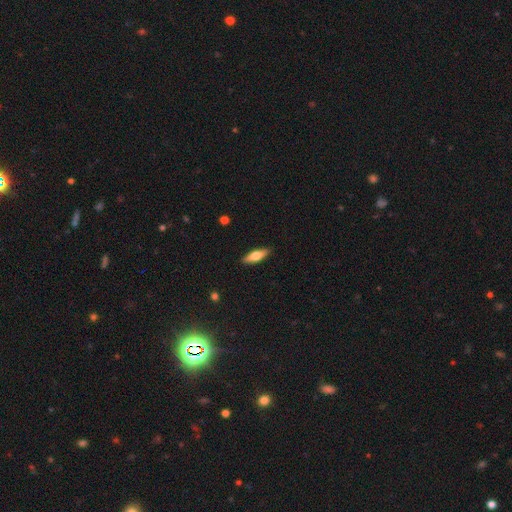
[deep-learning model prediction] Smooth or featured?
  - smooth: 55% *
  - featured or disk: 39%
  - star or artifact: 6%
How rounded?
  - cigar-shaped: 55% *
  - in between: 43%
  - round: 2%
Merging?
  - none: 89% *
  - minor disturbance: 8%
  - major disturbance: 2%
  - merger: 1%